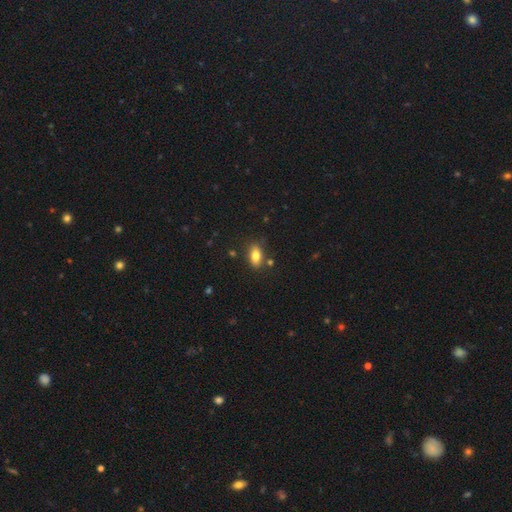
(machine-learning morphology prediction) smooth_or_featured: smooth (p=0.80) [alt: featured or disk p=0.11]
how_rounded: in between (p=0.88) [alt: round p=0.06]
merging: none (p=0.80) [alt: minor disturbance p=0.12]